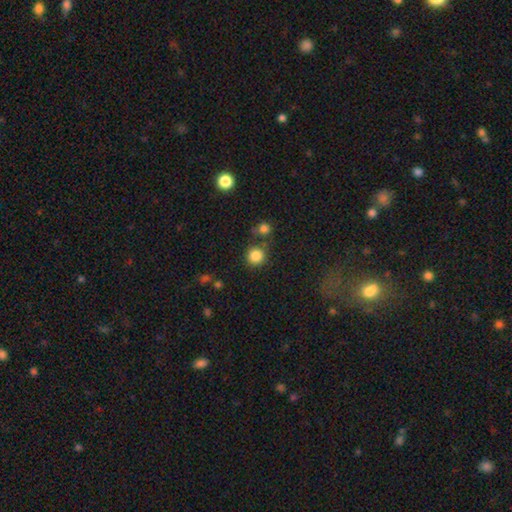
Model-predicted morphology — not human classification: A smooth galaxy with no disk features (84%) that is round (93%). Merging: none (78%).